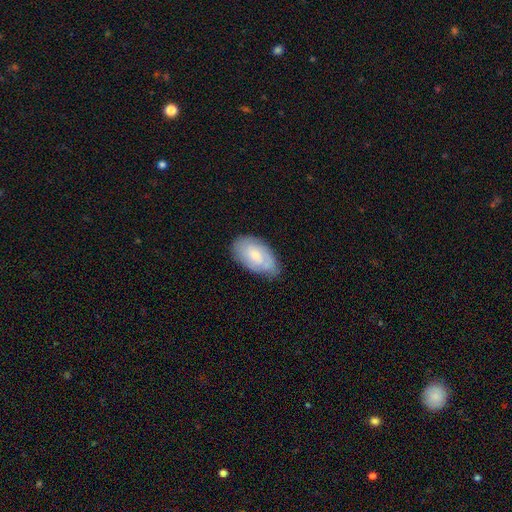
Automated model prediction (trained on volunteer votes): This is possibly a smooth galaxy (47%, tied with featured or disk). Merging: likely none (70%).